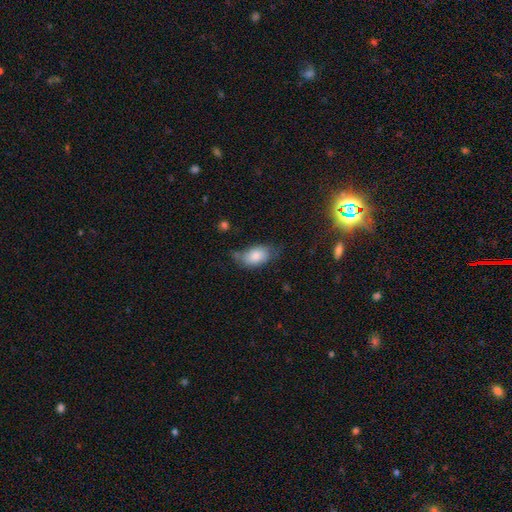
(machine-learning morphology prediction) smooth-or-featured: smooth: 80% | featured or disk: 13% | star or artifact: 7%
  how-rounded: in between: 90% | round: 8% | cigar-shaped: 2%
  merging: none: 49% | minor disturbance: 34% | major disturbance: 11% | merger: 5%